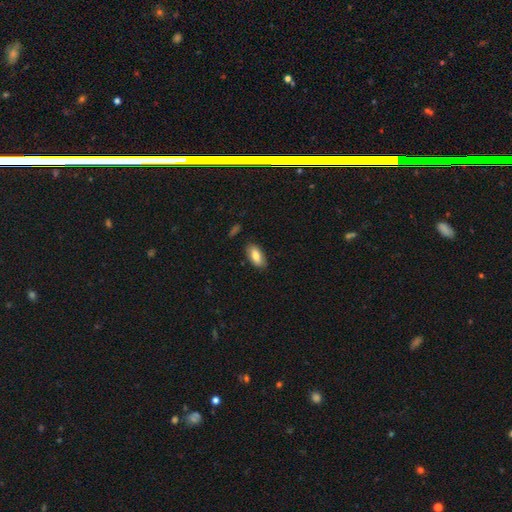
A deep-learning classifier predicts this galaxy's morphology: A smooth galaxy with no disk features (80%) that is in between round and cigar-shaped (89%). Merging: none (84%).